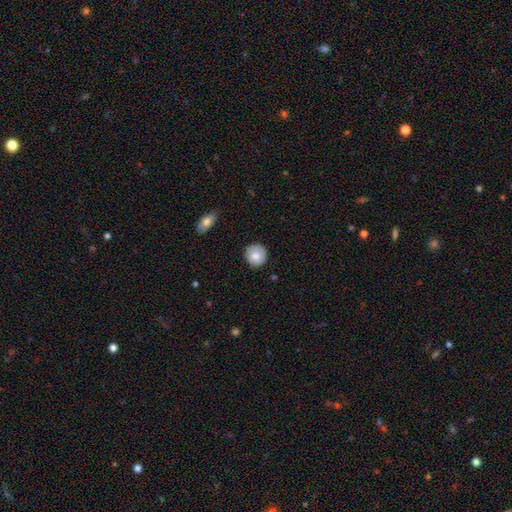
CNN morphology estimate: A smooth galaxy with no disk features (82%) that is round (91%). Merging: none (83%).